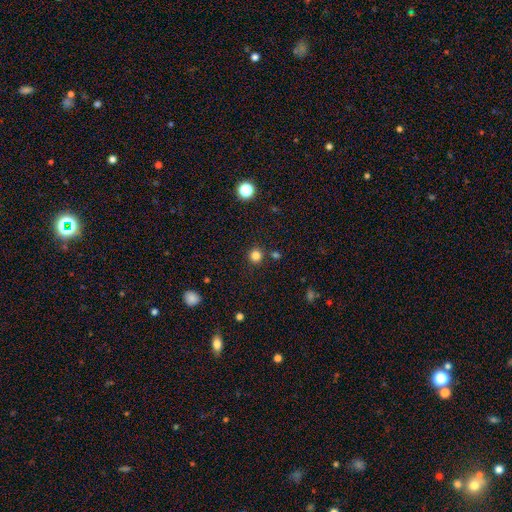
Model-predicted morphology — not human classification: smooth-or-featured: smooth: 82% | star or artifact: 14% | featured or disk: 4%
  how-rounded: round: 93% | in between: 6% | cigar-shaped: 1%
  merging: none: 86% | minor disturbance: 7% | merger: 5% | major disturbance: 2%